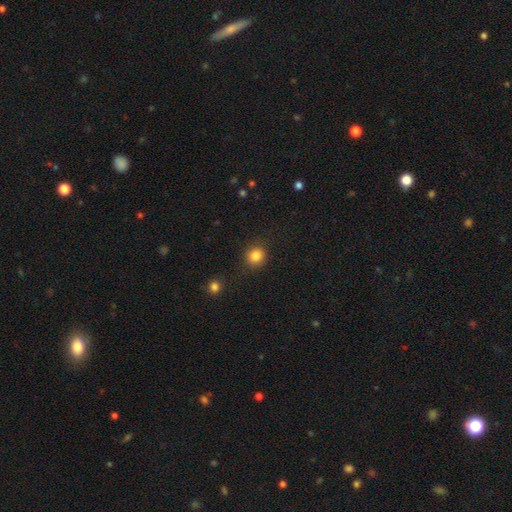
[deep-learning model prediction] smooth-or-featured: smooth: 84% | star or artifact: 11% | featured or disk: 5%
  how-rounded: round: 87% | in between: 12% | cigar-shaped: 1%
  merging: none: 89% | minor disturbance: 7% | major disturbance: 2% | merger: 2%